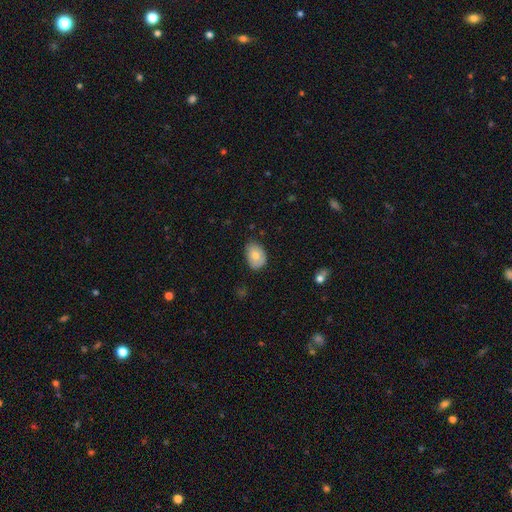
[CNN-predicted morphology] A smooth galaxy with no disk features (77%) that is in between round and cigar-shaped (79%). Merging: none (69%).